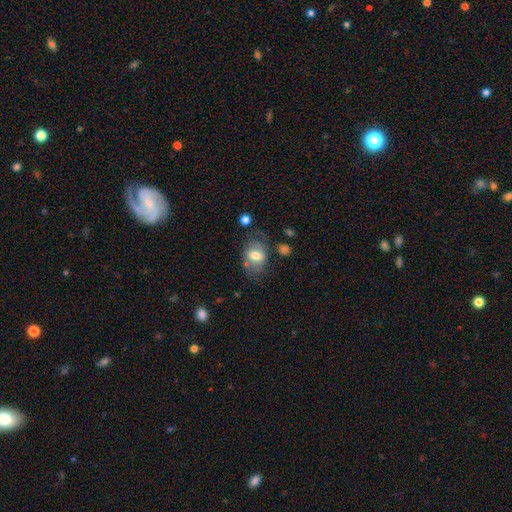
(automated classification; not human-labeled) Smooth or featured: smooth — 61% (featured or disk — 31%)
How rounded: in between — 73% (round — 26%)
Merging: none — 58% (minor disturbance — 23%)